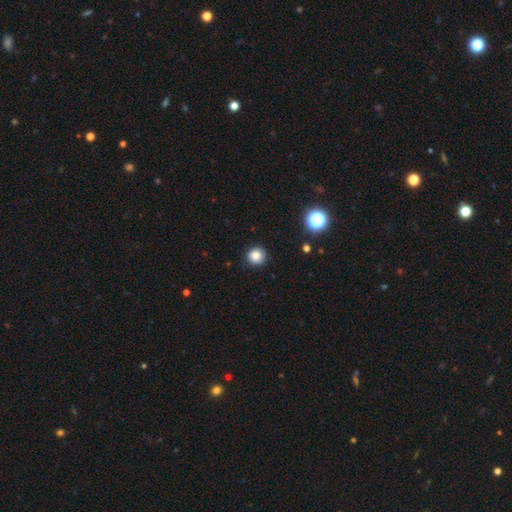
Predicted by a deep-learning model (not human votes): Smooth or featured? smooth (82%)
How rounded? round (92%)
Merging? none (87%)